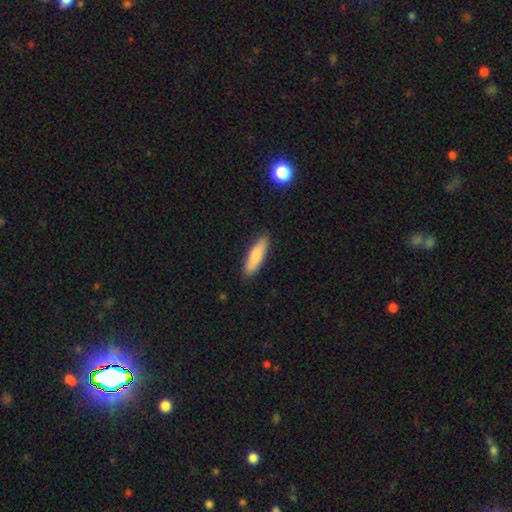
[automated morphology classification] This is clearly a smooth galaxy (81%). How rounded: likely cigar-shaped (61%). Merging: clearly none (86%).